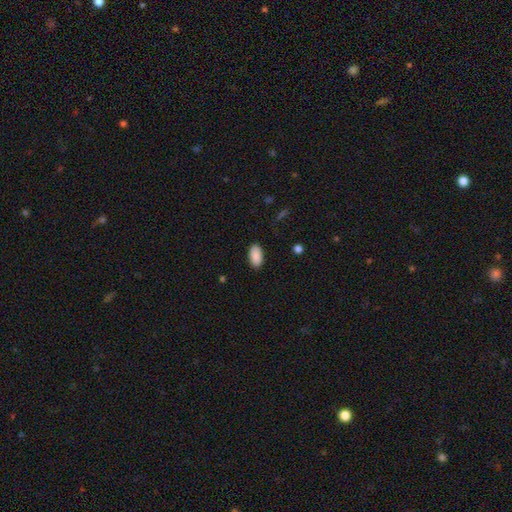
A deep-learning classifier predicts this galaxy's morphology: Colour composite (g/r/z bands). It shows a smooth galaxy with no disk features (90%) that is in between round and cigar-shaped (95%). Merging: none (89%).